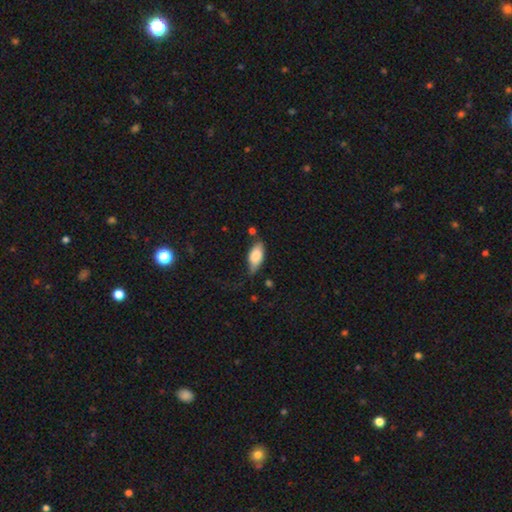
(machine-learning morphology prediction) smooth-or-featured: smooth: 79% | featured or disk: 14% | star or artifact: 7%
  how-rounded: in between: 88% | cigar-shaped: 9% | round: 3%
  merging: none: 45% | minor disturbance: 37% | major disturbance: 12% | merger: 5%